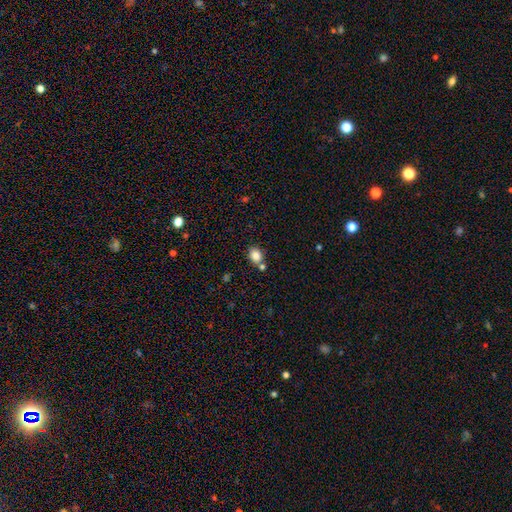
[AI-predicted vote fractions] The model was most divided on "how rounded": in between: 51%, round: 48%, cigar-shaped: 1%. More confident: smooth or featured — smooth (83%); merging — none (71%).